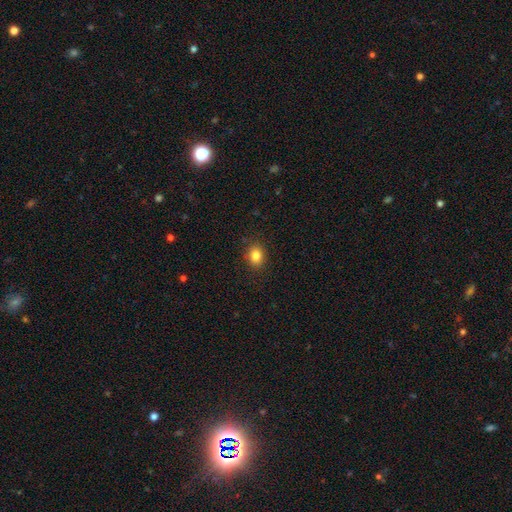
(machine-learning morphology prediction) A smooth galaxy with no disk features (84%) that is round (51%). Merging: none (88%).